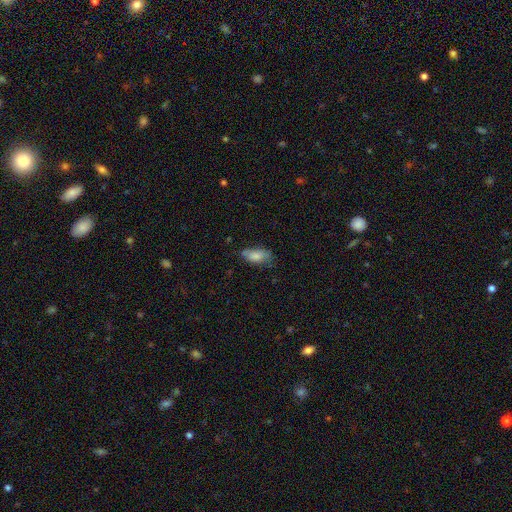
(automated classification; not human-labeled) A smooth galaxy with no disk features (78%) that is in between round and cigar-shaped (86%). Merging: none (54%).